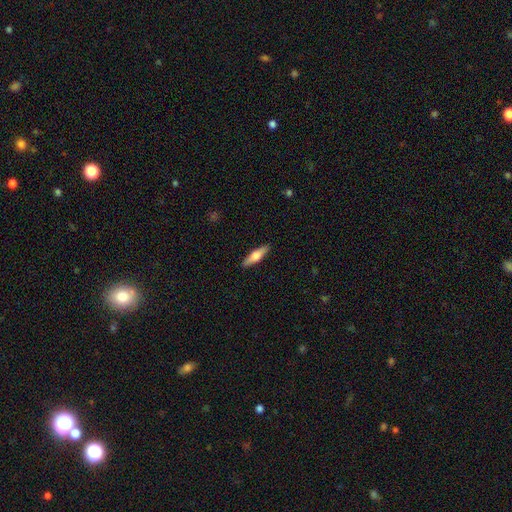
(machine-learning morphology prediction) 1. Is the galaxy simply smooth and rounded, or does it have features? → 48% smooth, 46% featured or disk, 5% star or artifact.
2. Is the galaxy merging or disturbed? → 91% none, 7% minor disturbance, 2% major disturbance, 1% merger.